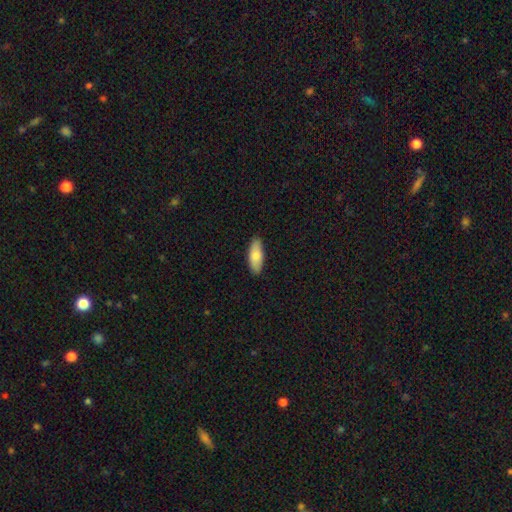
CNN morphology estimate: Smooth or featured? Predicted: smooth (p=0.79). How rounded? Predicted: in between (p=0.74). Merging? Predicted: none (p=0.88).